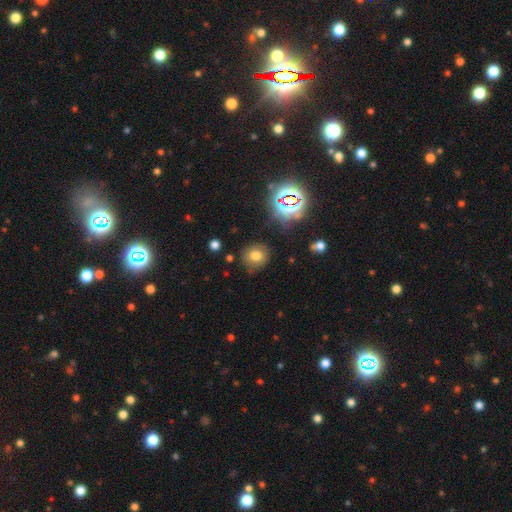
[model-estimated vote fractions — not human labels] Morphology: type=smooth (70%); roundness=round (79%); merging=none (77%).